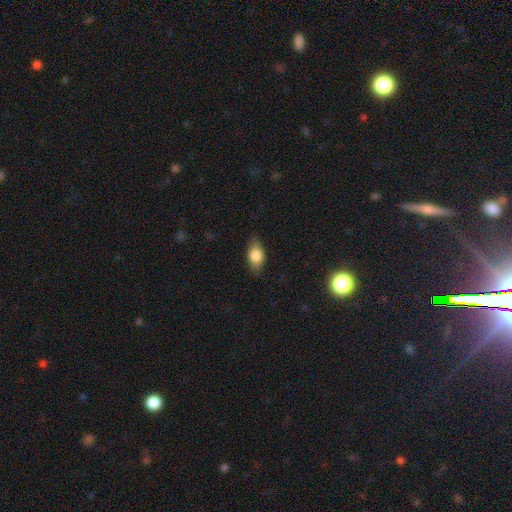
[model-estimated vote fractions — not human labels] A smooth galaxy with no disk features (80%) that is in between round and cigar-shaped (87%).

Vote fractions:
- Smooth or featured? smooth: 80% / featured or disk: 12% / star or artifact: 8%
- How rounded? in between: 87% / round: 8% / cigar-shaped: 4%
- Merging? none: 81% / minor disturbance: 15% / major disturbance: 3% / merger: 1%